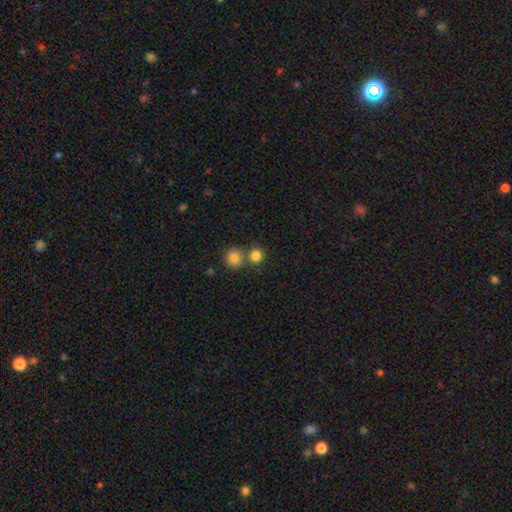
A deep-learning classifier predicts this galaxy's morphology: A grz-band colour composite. It shows a smooth galaxy with no disk features (82%) that is round (90%). Merging: none (62%).